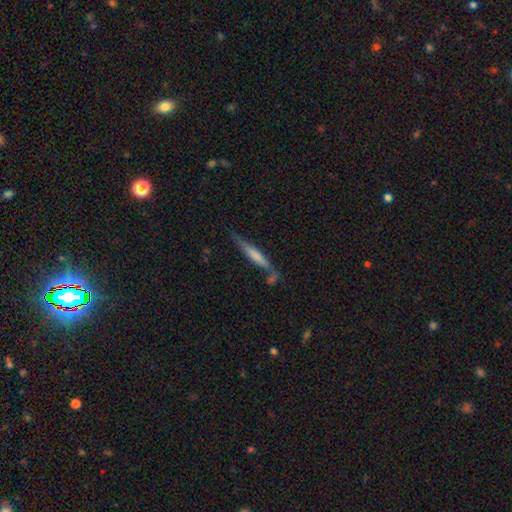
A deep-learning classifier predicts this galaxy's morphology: Smooth or featured?
  - smooth: 58% *
  - featured or disk: 36%
  - star or artifact: 6%
How rounded?
  - cigar-shaped: 92% *
  - in between: 6%
  - round: 1%
Merging?
  - none: 59% *
  - minor disturbance: 20%
  - merger: 15%
  - major disturbance: 6%